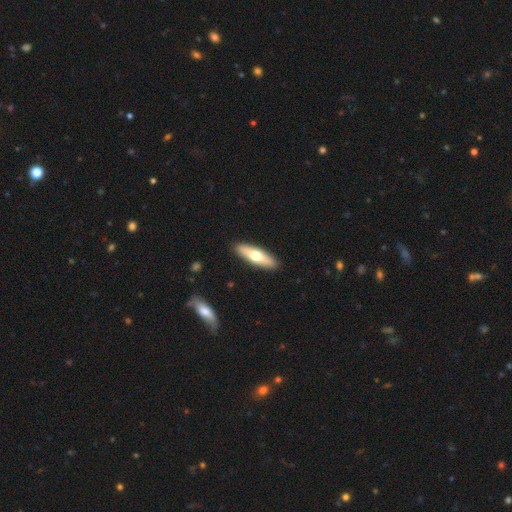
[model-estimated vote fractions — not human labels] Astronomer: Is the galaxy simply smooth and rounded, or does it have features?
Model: smooth — 57% (runner-up: featured or disk, 38%).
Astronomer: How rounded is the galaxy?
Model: cigar-shaped — 58% (runner-up: in between, 40%).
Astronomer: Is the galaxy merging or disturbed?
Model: none — 91%.